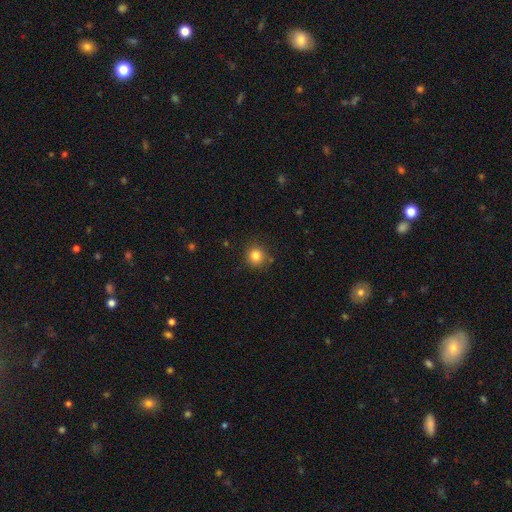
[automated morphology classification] Smooth or featured?
  - smooth: 83% *
  - star or artifact: 12%
  - featured or disk: 5%
How rounded?
  - round: 92% *
  - in between: 7%
  - cigar-shaped: 1%
Merging?
  - none: 86% *
  - minor disturbance: 9%
  - major disturbance: 2%
  - merger: 2%